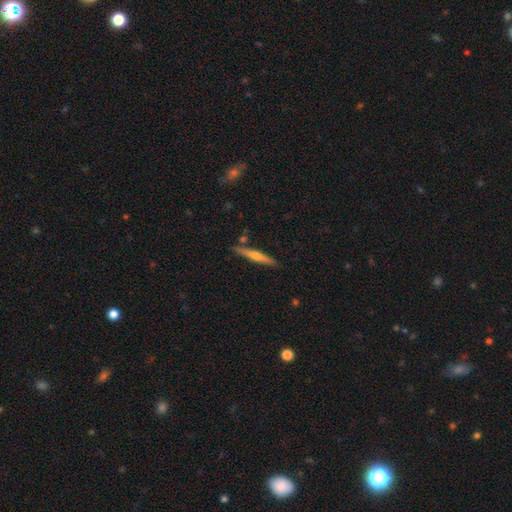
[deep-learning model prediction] A featured or disk galaxy (55%) viewed edge-on (96%) with a rounded central bulge (78%).

Vote fractions:
- Smooth or featured? featured or disk: 55% / smooth: 39% / star or artifact: 6%
- Edge-on disk? yes: 96% / no: 4%
- Edge-on bulge? rounded: 78% / none: 16% / boxy: 5%
- Merging? none: 85% / minor disturbance: 10% / merger: 4% / major disturbance: 2%